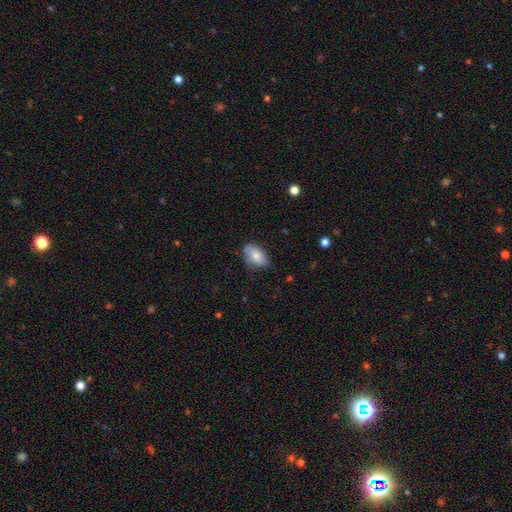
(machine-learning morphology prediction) Q: Smooth or featured?
A: smooth (70%); runner-up: featured or disk (23%)
Q: How rounded?
A: in between (91%); runner-up: round (6%)
Q: Merging?
A: none (58%); runner-up: minor disturbance (32%)